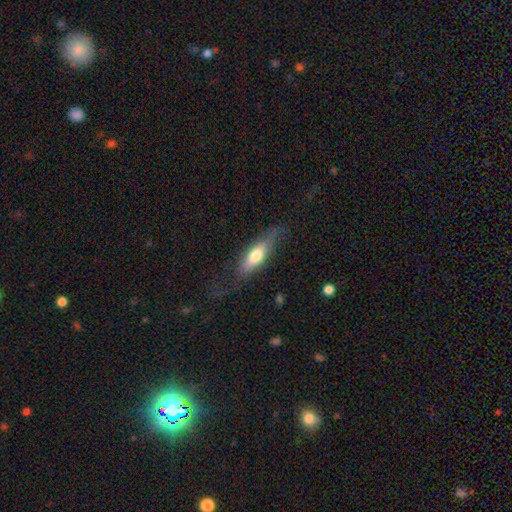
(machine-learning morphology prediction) smooth 60%, featured or disk 34%, star or artifact 6%. Down the decision tree: how rounded — in between (52%); merging — none (67%).